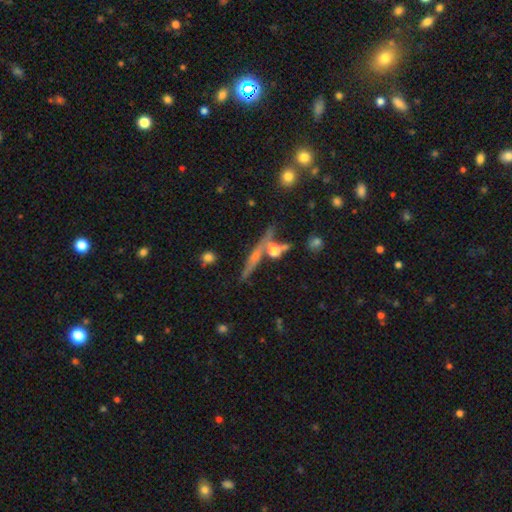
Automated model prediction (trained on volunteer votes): Morphology: type=featured or disk (66%); edge-on=yes (95%); edge-on bulge=rounded (72%); merging=none (77%).